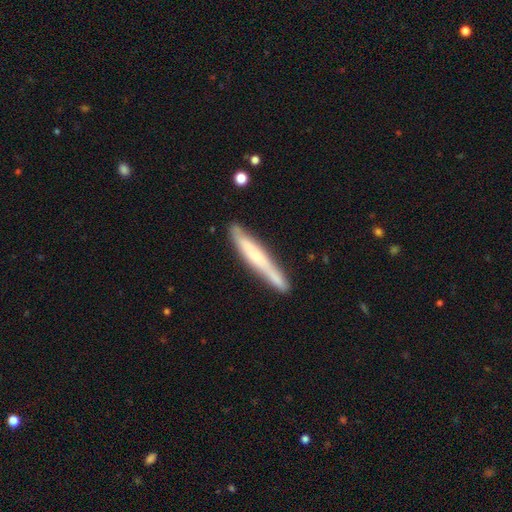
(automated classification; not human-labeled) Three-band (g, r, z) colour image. It shows a smooth galaxy with no disk features (51%) that is cigar-shaped (95%). Merging: none (78%).